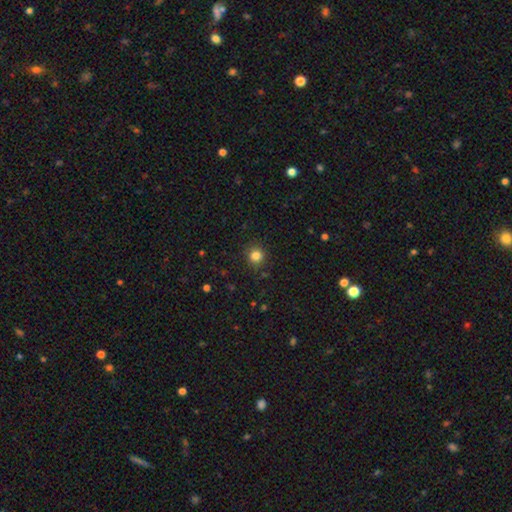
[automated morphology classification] The model was most divided on "smooth or featured": smooth: 83%, star or artifact: 12%, featured or disk: 5%. More confident: how rounded — round (91%); merging — none (88%).